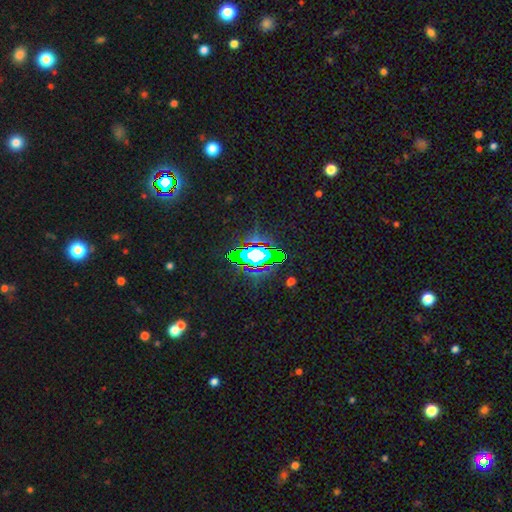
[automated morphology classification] This is likely a star or artifact rather than a galaxy (65%).